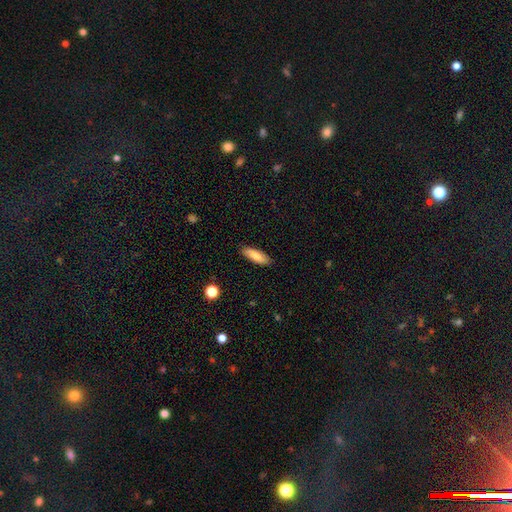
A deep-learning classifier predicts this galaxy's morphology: Q: Smooth or featured?
A: smooth (80%); runner-up: featured or disk (13%)
Q: How rounded?
A: in between (54%); runner-up: cigar-shaped (44%)
Q: Merging?
A: none (88%); runner-up: minor disturbance (9%)